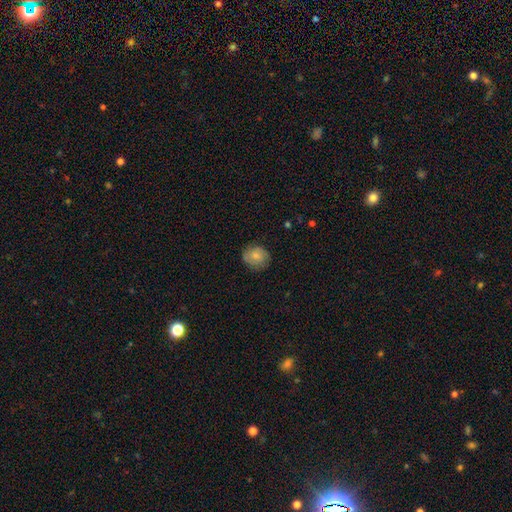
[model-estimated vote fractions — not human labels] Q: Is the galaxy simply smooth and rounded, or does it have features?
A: smooth — 79%.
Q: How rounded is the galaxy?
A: round — 73%.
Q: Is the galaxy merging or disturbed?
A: none — 78%.